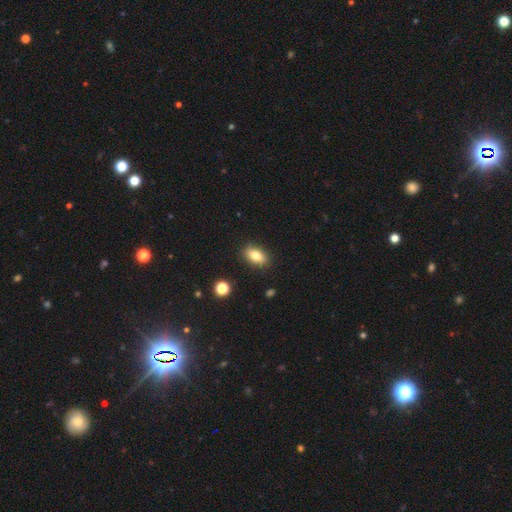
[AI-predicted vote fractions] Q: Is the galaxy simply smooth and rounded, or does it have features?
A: smooth — 80%.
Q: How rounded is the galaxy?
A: in between — 87%.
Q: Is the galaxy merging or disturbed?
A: none — 87%.